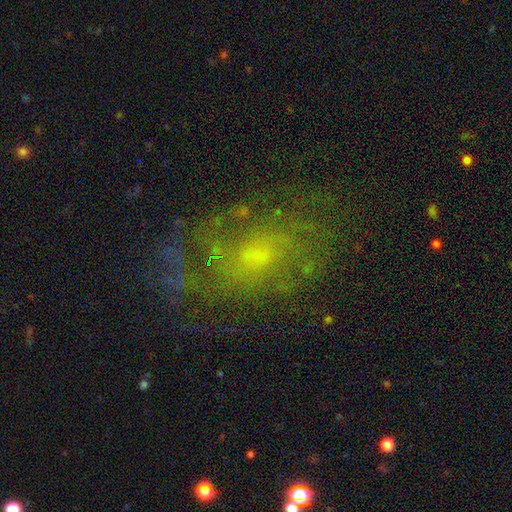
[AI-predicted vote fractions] This appears to be a featured or disk galaxy (67%) with no bar (71%), spiral arms (74%) and a small central bulge (50%). Merging: none (67%).